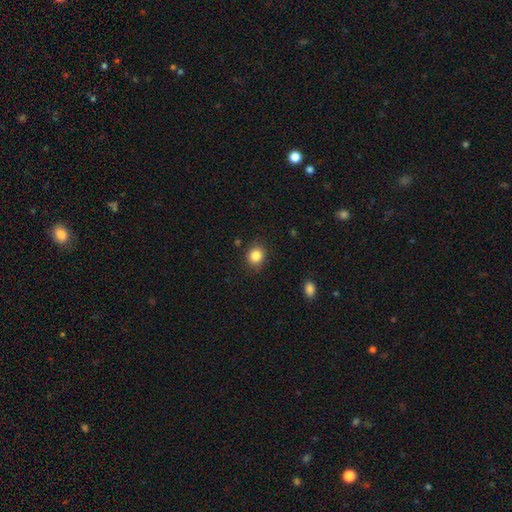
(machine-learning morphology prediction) smooth-or-featured: smooth: 85% | star or artifact: 10% | featured or disk: 5%
  how-rounded: round: 69% | in between: 30% | cigar-shaped: 1%
  merging: none: 85% | minor disturbance: 11% | major disturbance: 3% | merger: 2%